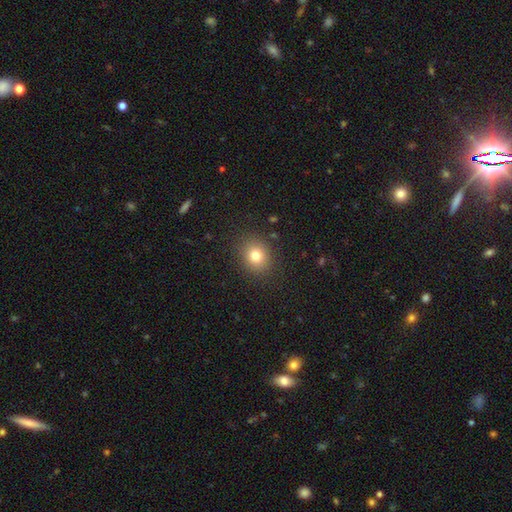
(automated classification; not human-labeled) The model was most divided on "how rounded": round: 73%, in between: 26%, cigar-shaped: 1%. More confident: merging — none (88%); smooth or featured — smooth (78%).